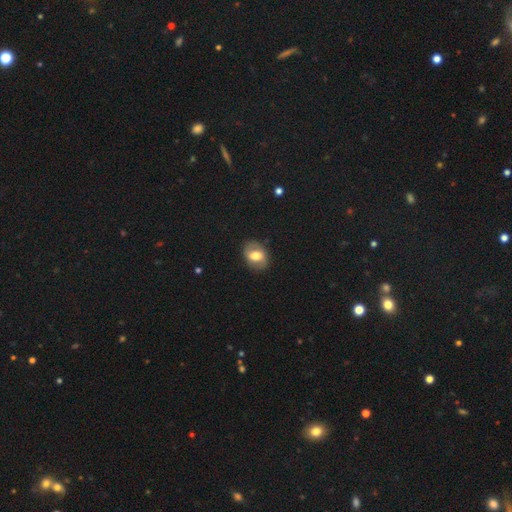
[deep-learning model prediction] Q: Smooth or featured?
A: smooth (51%); runner-up: featured or disk (42%)
Q: How rounded?
A: in between (67%); runner-up: round (32%)
Q: Merging?
A: none (82%); runner-up: minor disturbance (13%)